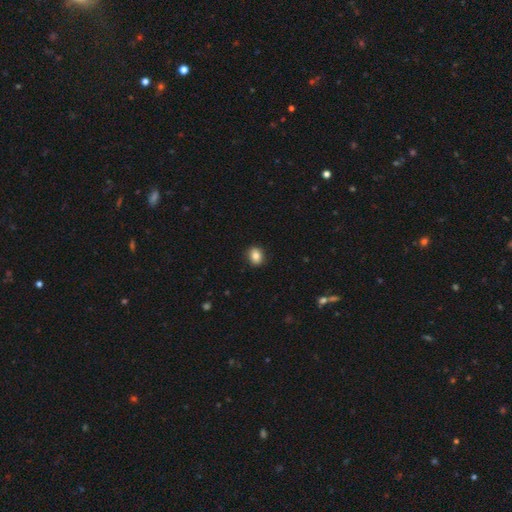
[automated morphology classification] The model was most divided on "how rounded": in between: 50%, round: 49%, cigar-shaped: 1%. More confident: merging — none (90%); smooth or featured — smooth (84%).